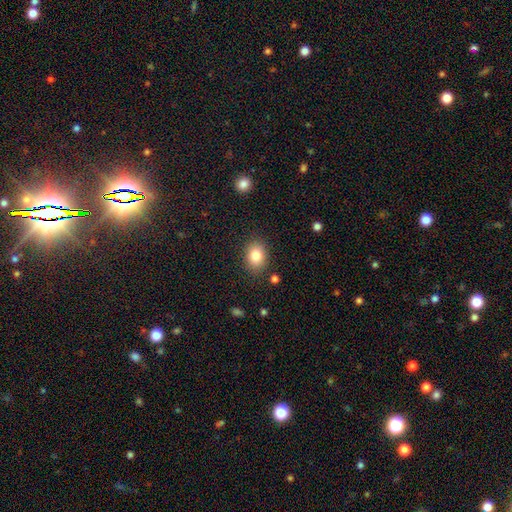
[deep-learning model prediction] This appears to be a smooth galaxy with no disk features (83%) that is in between round and cigar-shaped (58%). Merging: none (85%).